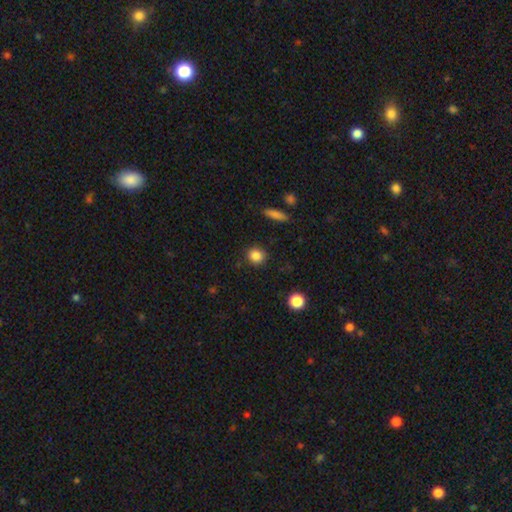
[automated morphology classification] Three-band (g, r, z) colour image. It shows a smooth galaxy with no disk features (85%) that is round (84%). Merging: none (89%).